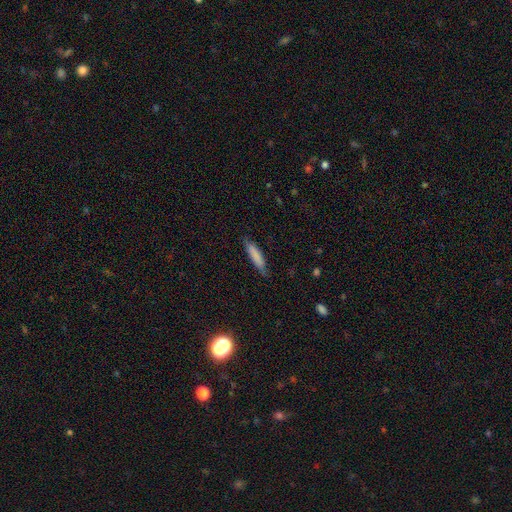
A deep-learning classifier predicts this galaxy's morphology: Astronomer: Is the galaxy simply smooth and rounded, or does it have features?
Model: smooth — 81%.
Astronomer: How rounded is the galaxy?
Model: cigar-shaped — 83%.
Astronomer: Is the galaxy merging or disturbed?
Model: none — 79%.